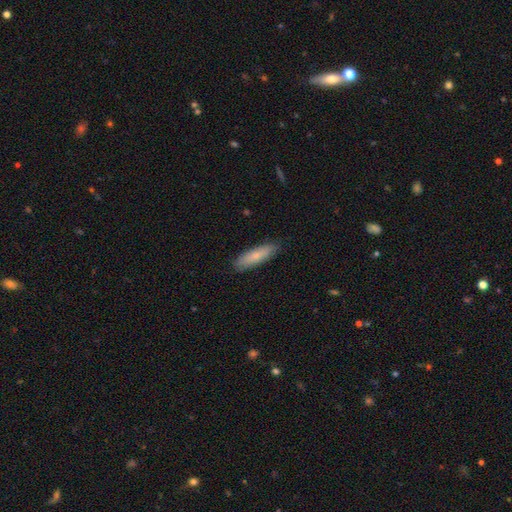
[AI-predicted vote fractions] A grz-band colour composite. It shows a smooth galaxy with no disk features (76%) that is cigar-shaped (63%). Merging: none (87%).